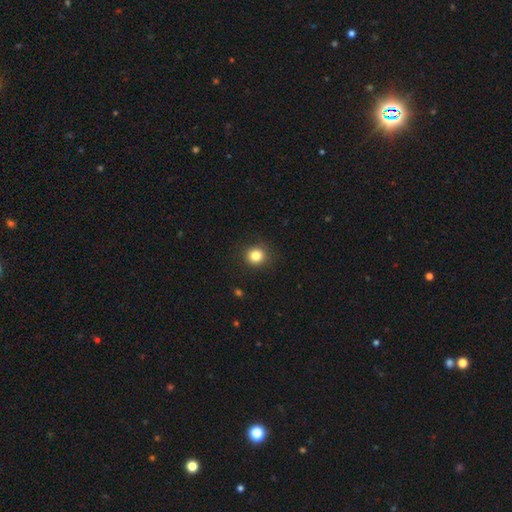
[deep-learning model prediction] A smooth galaxy with no disk features (83%) that is round (90%). Merging: none (89%).